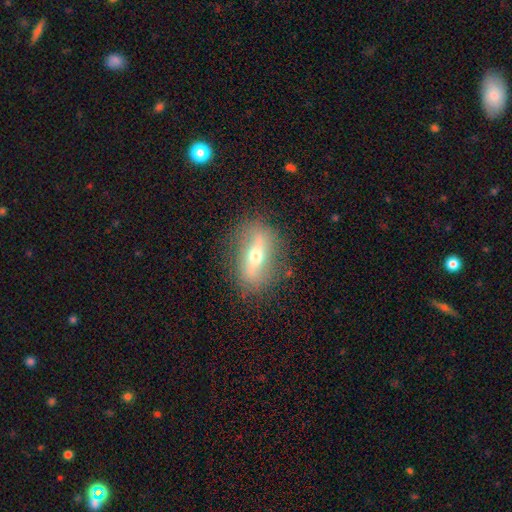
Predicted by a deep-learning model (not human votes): Smooth or featured? featured or disk (65%)
Edge-on disk? no (62%)
Merging? none (82%)